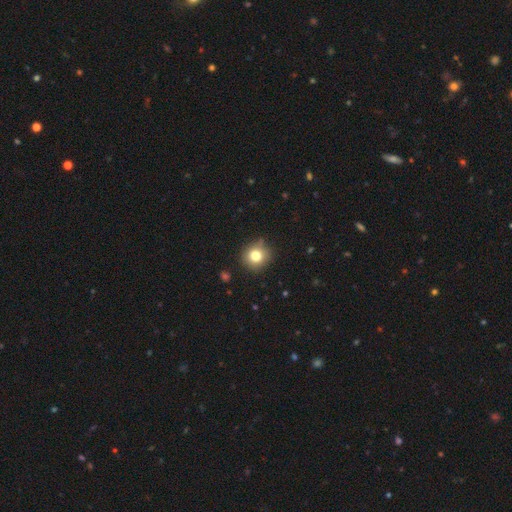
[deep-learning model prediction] Morphology: type=smooth (79%); roundness=round (90%); merging=none (86%).